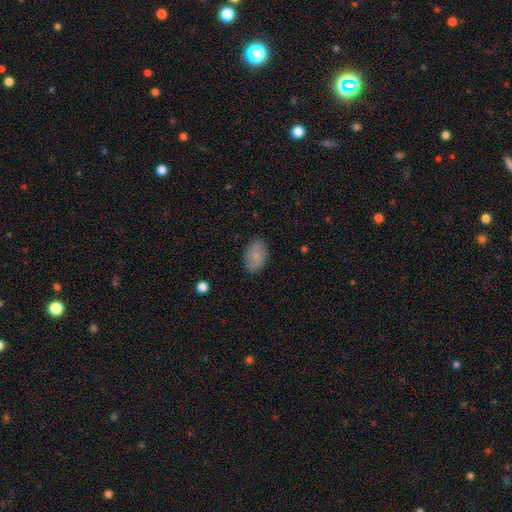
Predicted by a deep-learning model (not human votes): A smooth galaxy with no disk features (82%) that is in between round and cigar-shaped (88%).

Vote fractions:
- Smooth or featured? smooth: 82% / featured or disk: 11% / star or artifact: 7%
- How rounded? in between: 88% / round: 11% / cigar-shaped: 1%
- Merging? none: 83% / minor disturbance: 13% / major disturbance: 3% / merger: 1%